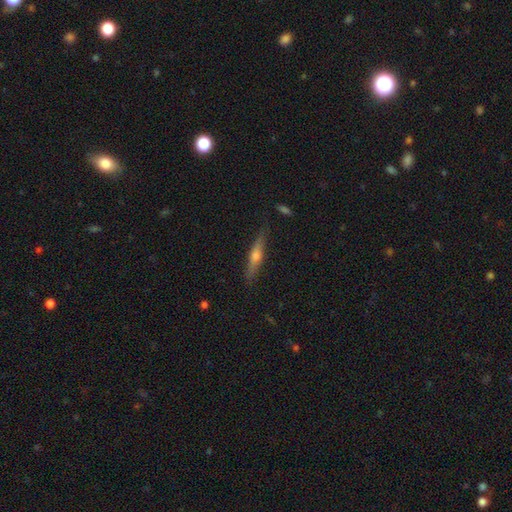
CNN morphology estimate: This appears to be a featured or disk galaxy (61%) viewed edge-on (96%) with a rounded central bulge (90%). Merging: none (85%).